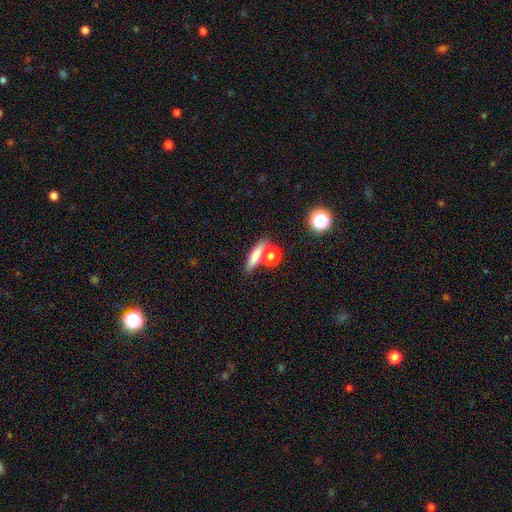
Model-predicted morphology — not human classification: Smooth or featured? Predicted: smooth (p=0.72). How rounded? Predicted: cigar-shaped (p=0.53). Merging? Predicted: none (p=0.63).